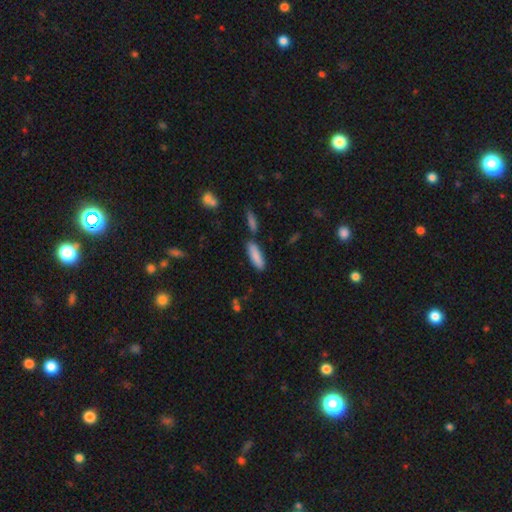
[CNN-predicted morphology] Overall: smooth (85%). How rounded: cigar-shaped (53%; in between 45%). Merging: none (72%).